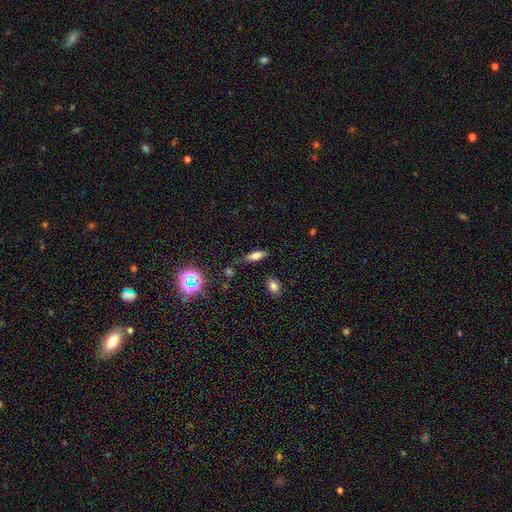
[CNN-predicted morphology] Smooth or featured?
  - smooth: 64% *
  - featured or disk: 21%
  - star or artifact: 15%
How rounded?
  - in between: 65% *
  - cigar-shaped: 29%
  - round: 5%
Merging?
  - none: 64% *
  - minor disturbance: 24%
  - major disturbance: 8%
  - merger: 4%